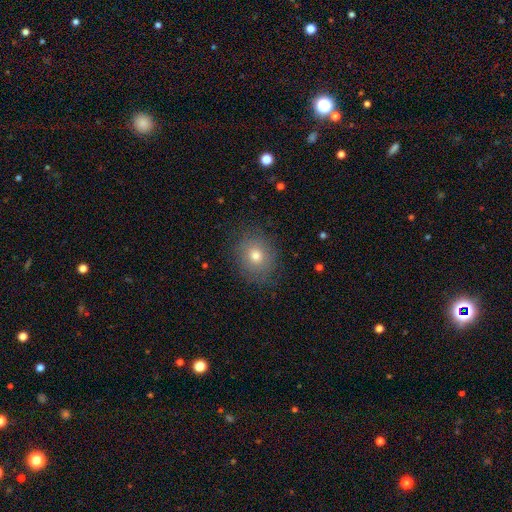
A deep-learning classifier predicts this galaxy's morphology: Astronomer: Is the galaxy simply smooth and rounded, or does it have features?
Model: smooth — 73%.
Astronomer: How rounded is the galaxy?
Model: round — 62%.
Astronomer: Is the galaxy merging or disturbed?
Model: none — 83%.